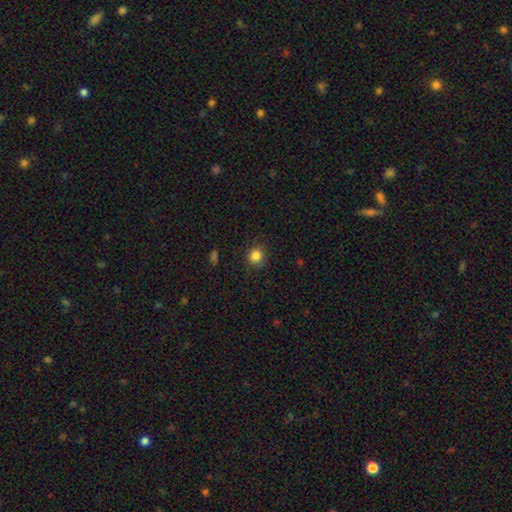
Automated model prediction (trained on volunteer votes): smooth_or_featured: smooth (p=0.84) [alt: star or artifact p=0.12]
how_rounded: round (p=0.90) [alt: in between p=0.09]
merging: none (p=0.87) [alt: minor disturbance p=0.09]